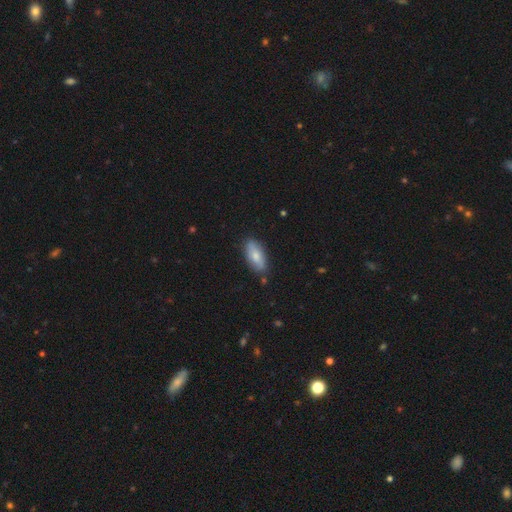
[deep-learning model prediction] Morphology: type=smooth (73%); roundness=in between (83%); merging=none (80%).